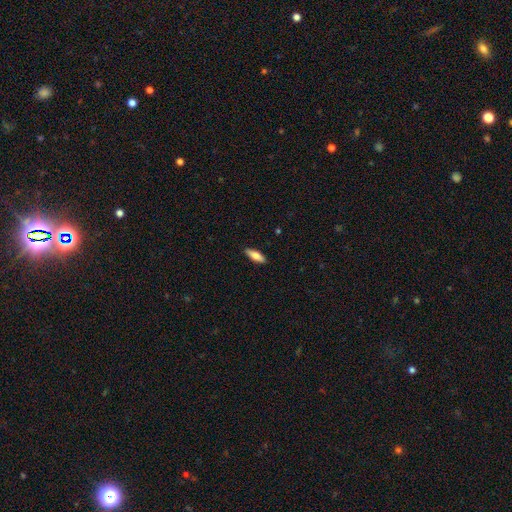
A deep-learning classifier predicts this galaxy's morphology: A smooth galaxy with no disk features (75%) that is in between round and cigar-shaped (56%). Merging: none (90%).